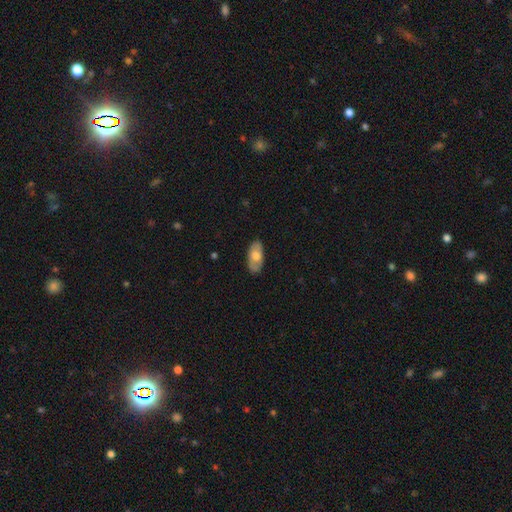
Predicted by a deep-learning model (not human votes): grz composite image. It shows a smooth galaxy with no disk features (62%) that is in between round and cigar-shaped (92%). Merging: none (83%).